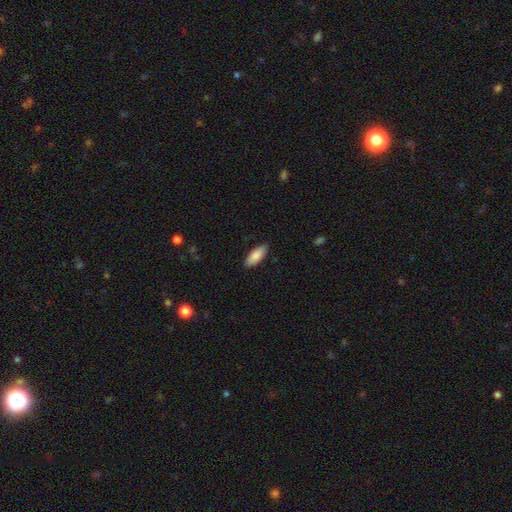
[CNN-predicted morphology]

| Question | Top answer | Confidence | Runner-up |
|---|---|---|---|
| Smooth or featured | smooth | 87% | featured or disk (8%) |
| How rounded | in between | 76% | cigar-shaped (23%) |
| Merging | none | 86% | minor disturbance (11%) |